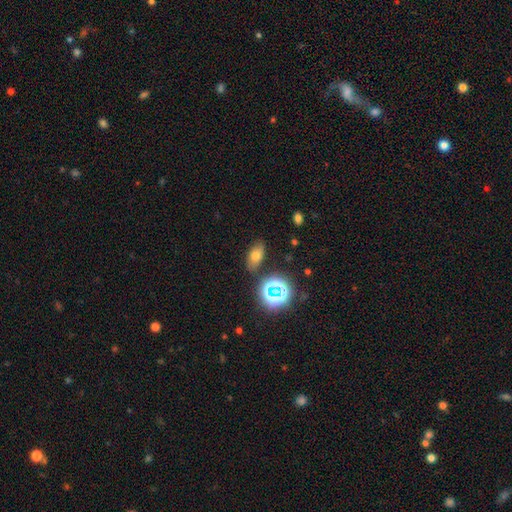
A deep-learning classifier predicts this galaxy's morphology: smooth-or-featured: smooth: 63% | star or artifact: 22% | featured or disk: 15%
  how-rounded: in between: 83% | round: 12% | cigar-shaped: 5%
  merging: none: 80% | minor disturbance: 13% | merger: 4% | major disturbance: 4%